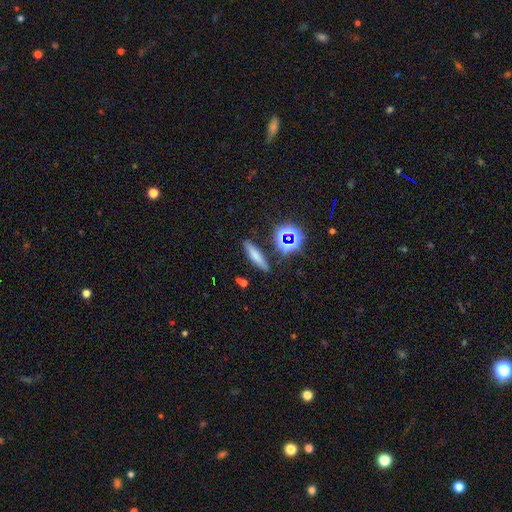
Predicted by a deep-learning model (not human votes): This is likely a smooth galaxy (62%). How rounded: likely cigar-shaped (74%). Merging: clearly none (84%).